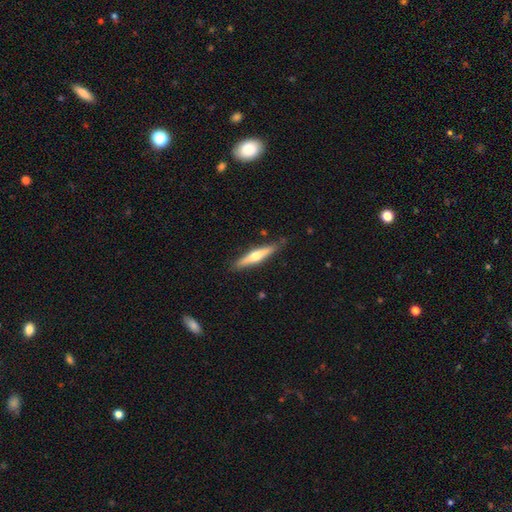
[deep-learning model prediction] smooth_or_featured: featured or disk (p=0.53) [alt: smooth p=0.41]
disk_edge_on: yes (p=0.96) [alt: no p=0.04]
edge_on_bulge: rounded (p=0.88) [alt: none p=0.07]
merging: none (p=0.84) [alt: minor disturbance p=0.12]